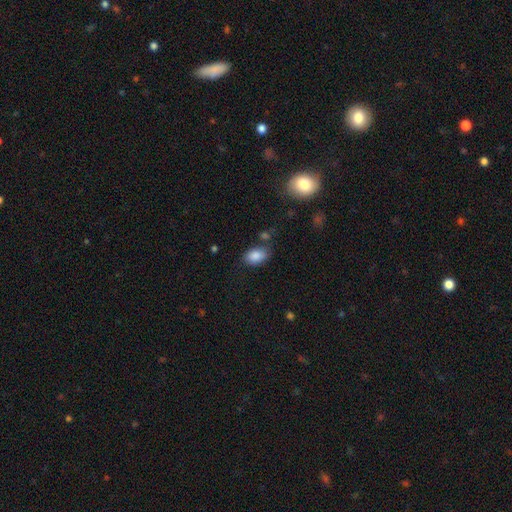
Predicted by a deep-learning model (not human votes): A smooth galaxy with no disk features (87%) that is in between round and cigar-shaped (89%). Merging: none (73%).